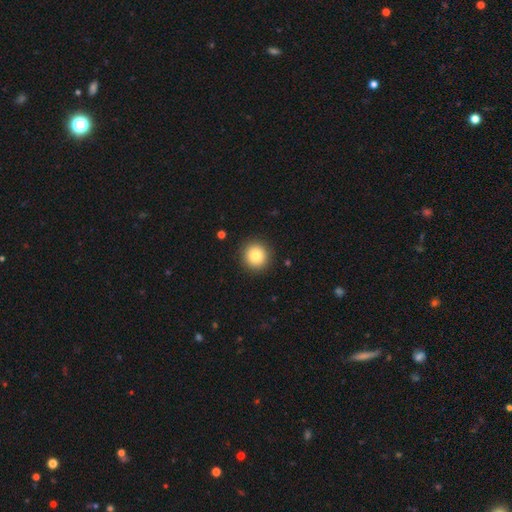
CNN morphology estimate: Overall: smooth (81%). How rounded: round (94%). Merging: none (92%).